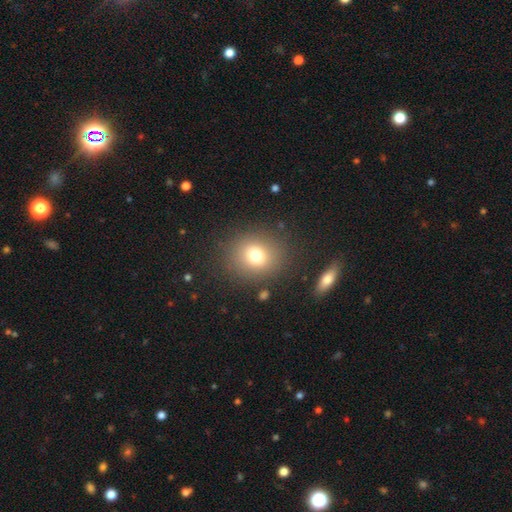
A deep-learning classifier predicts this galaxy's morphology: This is likely a smooth galaxy (75%). How rounded: clearly round (80%). Merging: clearly none (85%).